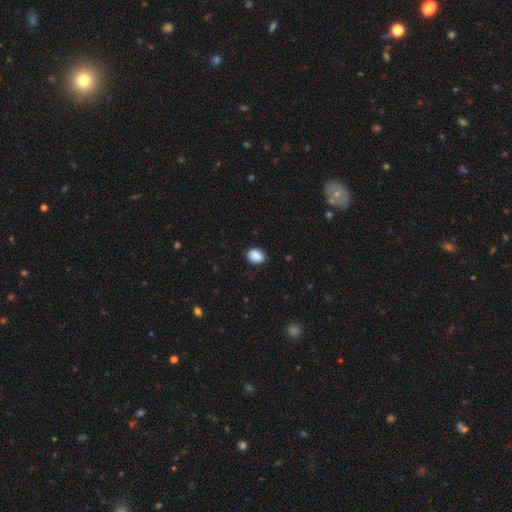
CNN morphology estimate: The model was most divided on "how rounded": in between: 57%, round: 42%, cigar-shaped: 1%. More confident: smooth or featured — smooth (89%); merging — none (82%).